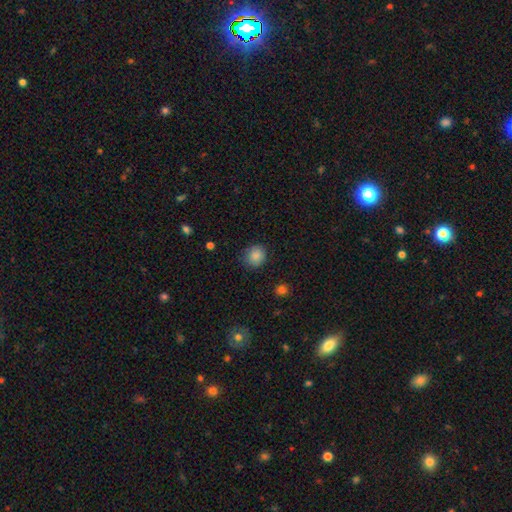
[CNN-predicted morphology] The model was most divided on "how rounded": round: 84%, in between: 15%, cigar-shaped: 1%. More confident: smooth or featured — smooth (86%); merging — none (83%).